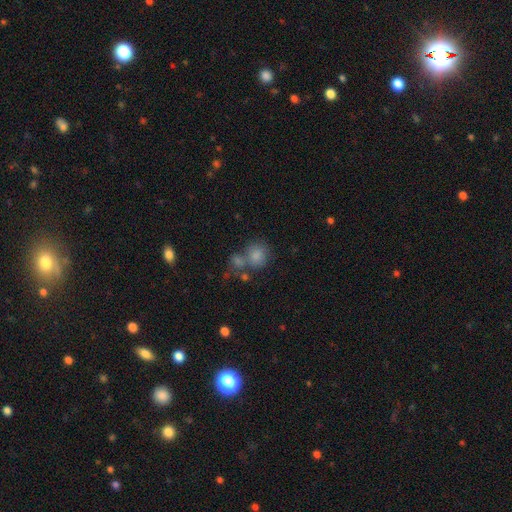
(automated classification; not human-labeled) Smooth or featured? smooth (81%)
How rounded? round (77%)
Merging? none (42%)